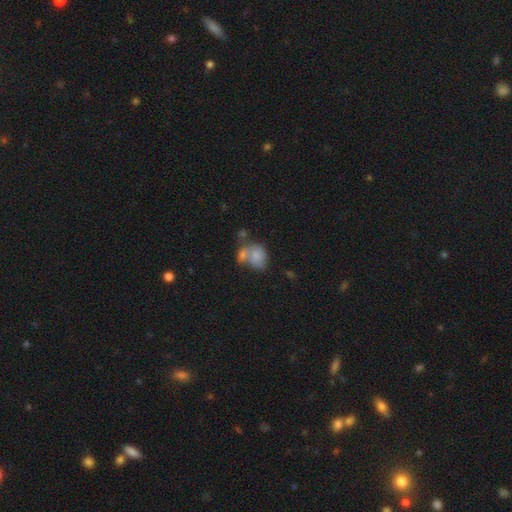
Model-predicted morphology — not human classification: Smooth or featured? Predicted: smooth (p=0.75). How rounded? Predicted: in between (p=0.60). Merging? Predicted: merger (p=0.50).